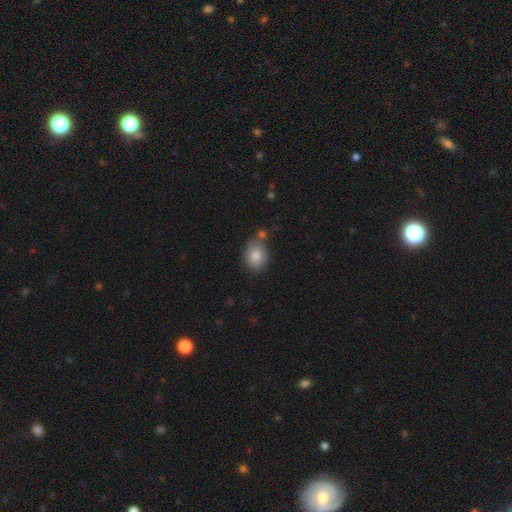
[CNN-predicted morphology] Smooth or featured? smooth (82%)
How rounded? in between (50%)
Merging? none (72%)